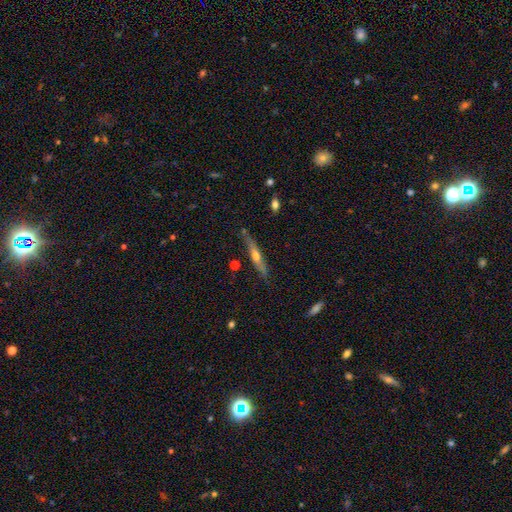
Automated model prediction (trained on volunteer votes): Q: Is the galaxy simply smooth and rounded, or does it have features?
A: featured or disk — 55%.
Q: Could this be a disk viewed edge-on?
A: yes — 90%.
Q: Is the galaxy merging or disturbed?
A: none — 78%.